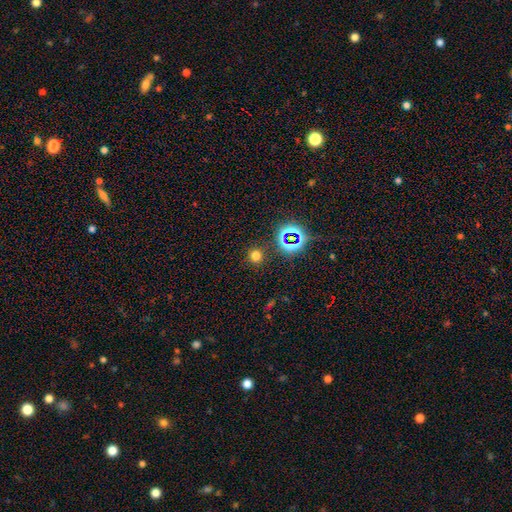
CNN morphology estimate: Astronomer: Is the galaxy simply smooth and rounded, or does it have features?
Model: smooth — 67%.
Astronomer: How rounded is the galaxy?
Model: round — 93%.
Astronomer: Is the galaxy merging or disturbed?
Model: none — 89%.